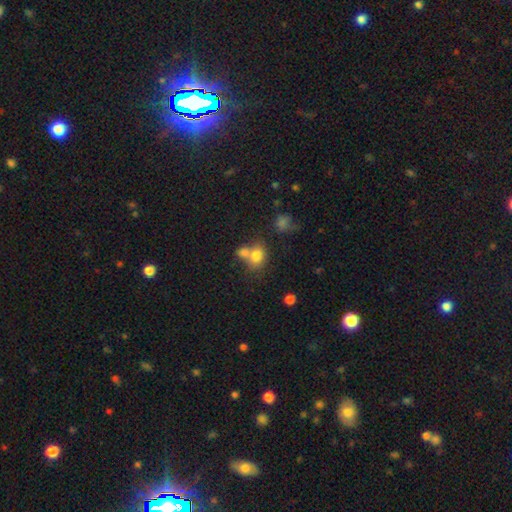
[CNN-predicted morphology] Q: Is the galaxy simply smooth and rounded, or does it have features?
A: smooth — 77%.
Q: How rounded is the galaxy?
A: round — 53%.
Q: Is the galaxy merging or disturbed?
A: merger — 47%.